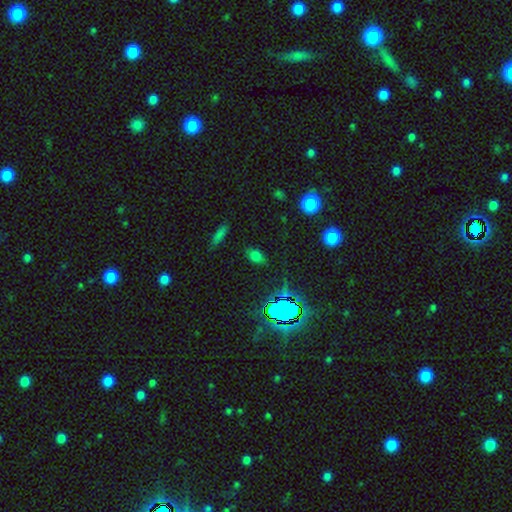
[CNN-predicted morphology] smooth 63%, star or artifact 28%, featured or disk 9%. Down the decision tree: how rounded — in between (72%); merging — none (78%).